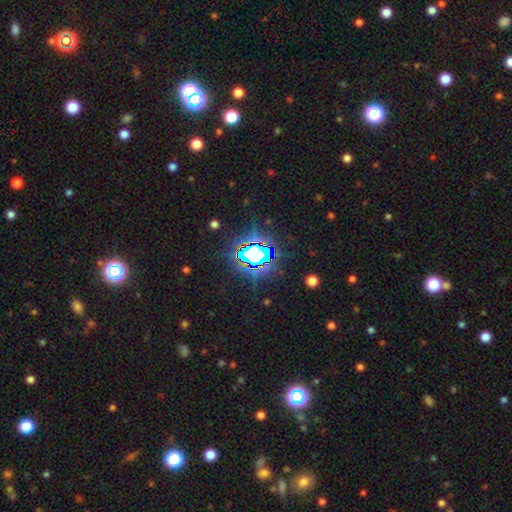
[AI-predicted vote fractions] Smooth or featured?
  - star or artifact: 73% *
  - smooth: 15%
  - featured or disk: 12%